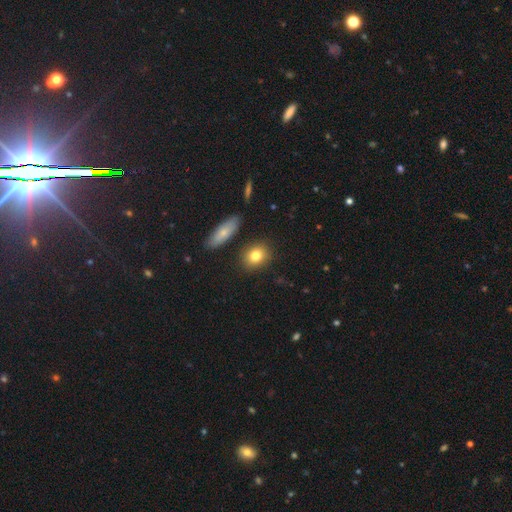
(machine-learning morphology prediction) Smooth or featured? smooth (80%)
How rounded? round (51%)
Merging? none (86%)